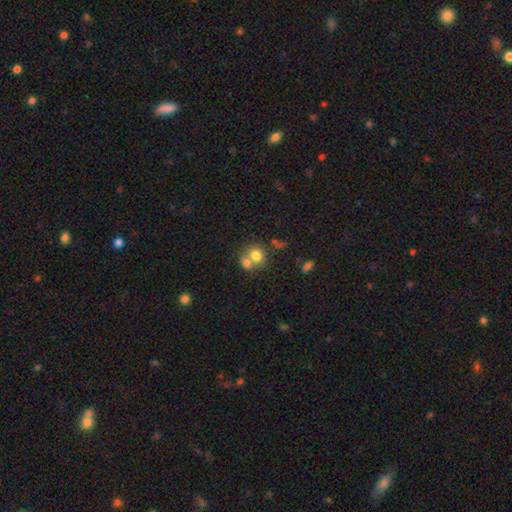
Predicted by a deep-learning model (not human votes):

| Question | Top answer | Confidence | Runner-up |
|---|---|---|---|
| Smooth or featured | smooth | 75% | featured or disk (14%) |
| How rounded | round | 78% | in between (21%) |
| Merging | merger | 53% | none (37%) |